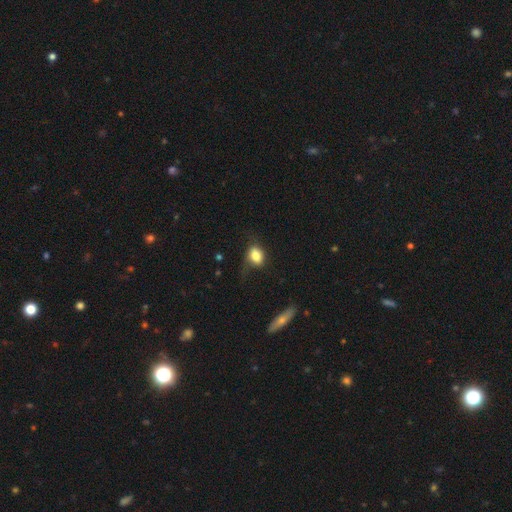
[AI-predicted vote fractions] Q: Smooth or featured?
A: smooth (79%); runner-up: featured or disk (12%)
Q: How rounded?
A: in between (66%); runner-up: round (32%)
Q: Merging?
A: none (45%); runner-up: minor disturbance (30%)